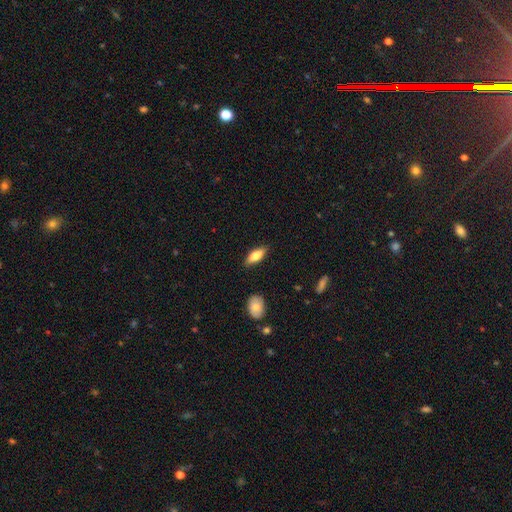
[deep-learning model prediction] Smooth or featured? Predicted: smooth (p=0.73). How rounded? Predicted: in between (p=0.74). Merging? Predicted: none (p=0.86).